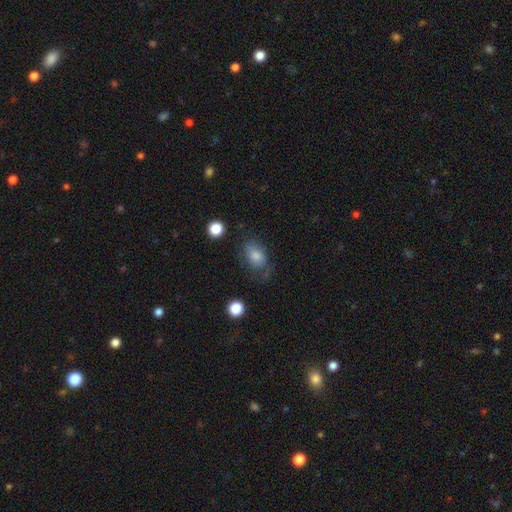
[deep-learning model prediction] smooth 73%, featured or disk 14%, star or artifact 13%. Down the decision tree: how rounded — in between (80%); merging — none (62%).